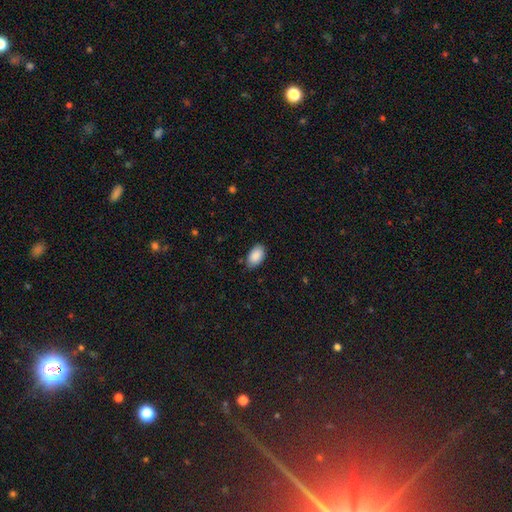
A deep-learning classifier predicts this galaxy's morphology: Smooth or featured?
  - smooth: 90% *
  - star or artifact: 7%
  - featured or disk: 4%
How rounded?
  - in between: 94% *
  - round: 5%
  - cigar-shaped: 1%
Merging?
  - none: 82% *
  - minor disturbance: 14%
  - major disturbance: 3%
  - merger: 1%